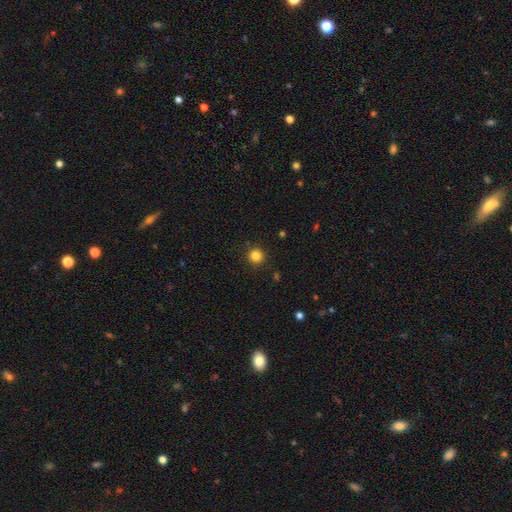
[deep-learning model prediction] smooth_or_featured: smooth (p=0.83) [alt: star or artifact p=0.12]
how_rounded: round (p=0.94) [alt: in between p=0.05]
merging: none (p=0.91) [alt: minor disturbance p=0.06]